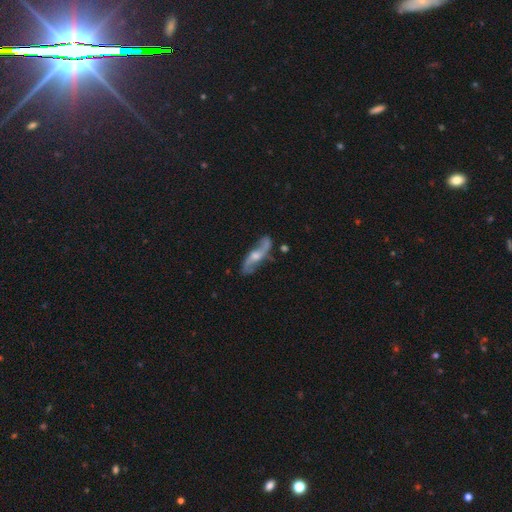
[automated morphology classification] Smooth or featured: featured or disk — 83% (smooth — 12%)
Edge-on disk: no — 81% (yes — 19%)
Bar: no — 51% (weak — 35%)
Spiral arms: yes — 94% (no — 6%)
Spiral winding: loose — 66% (medium — 25%)
Spiral arm count: 2 — 92% (can't tell — 4%)
Bulge size: moderate — 63% (small — 26%)
Merging: none — 77% (minor disturbance — 15%)